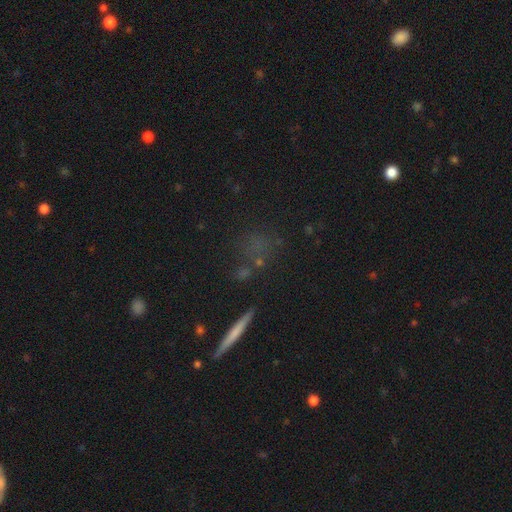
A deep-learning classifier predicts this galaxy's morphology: Smooth or featured?
  - smooth: 42% *
  - star or artifact: 32%
  - featured or disk: 26%
Merging?
  - none: 72% *
  - minor disturbance: 13%
  - merger: 8%
  - major disturbance: 7%